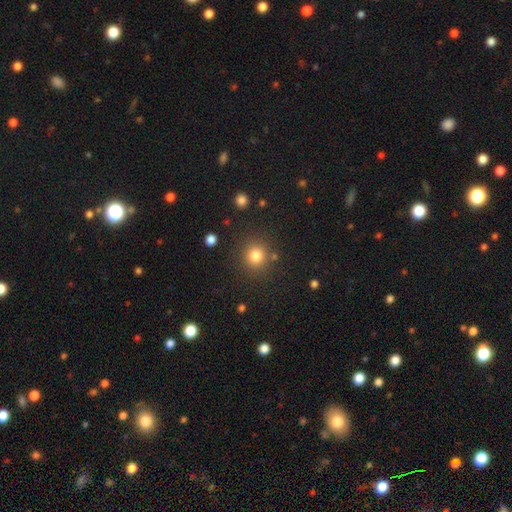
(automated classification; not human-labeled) smooth 81%, star or artifact 13%, featured or disk 6%. Down the decision tree: how rounded — round (91%); merging — none (85%).